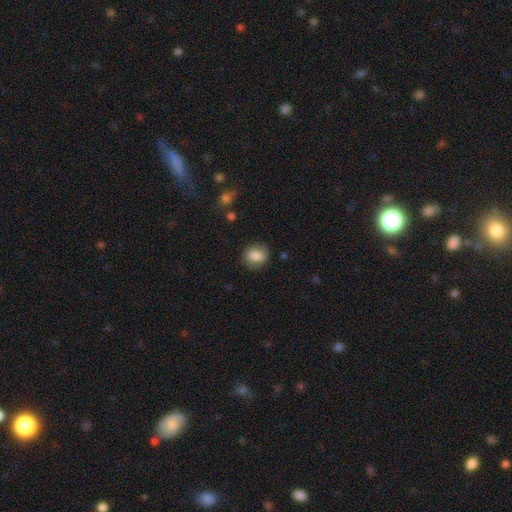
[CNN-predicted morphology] Smooth or featured? smooth (83%)
How rounded? round (54%)
Merging? none (79%)